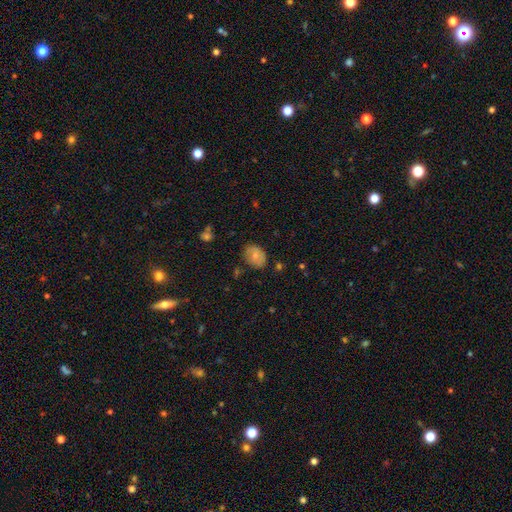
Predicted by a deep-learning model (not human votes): Smooth or featured: smooth — 73% (featured or disk — 19%)
How rounded: in between — 67% (round — 32%)
Merging: none — 74% (minor disturbance — 19%)